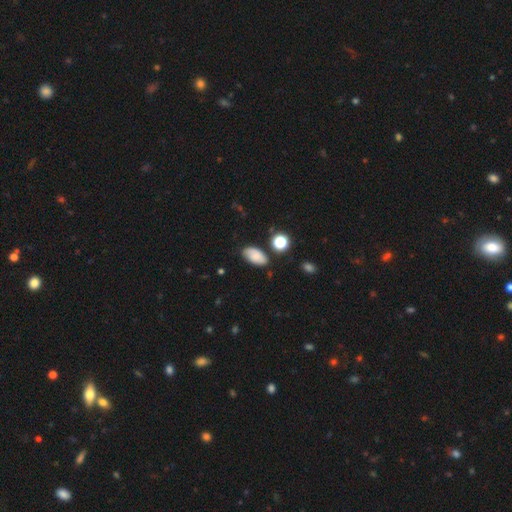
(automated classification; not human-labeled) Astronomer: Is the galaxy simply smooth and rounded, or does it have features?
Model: smooth — 75%.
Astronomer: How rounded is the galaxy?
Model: in between — 92%.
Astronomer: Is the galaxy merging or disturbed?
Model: none — 72%.